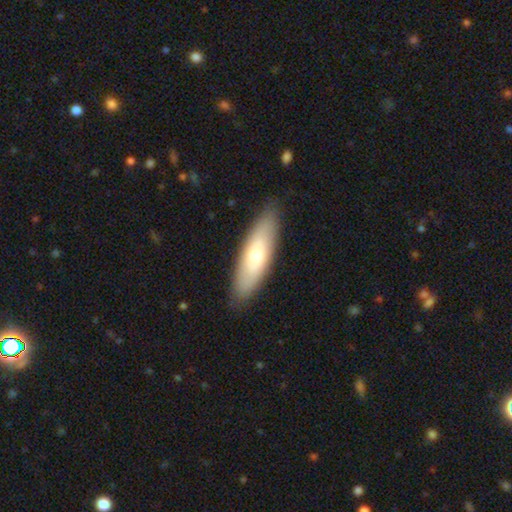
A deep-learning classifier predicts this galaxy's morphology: This appears to be a smooth galaxy with no disk features (64%) that is cigar-shaped (50%). Merging: none (87%).